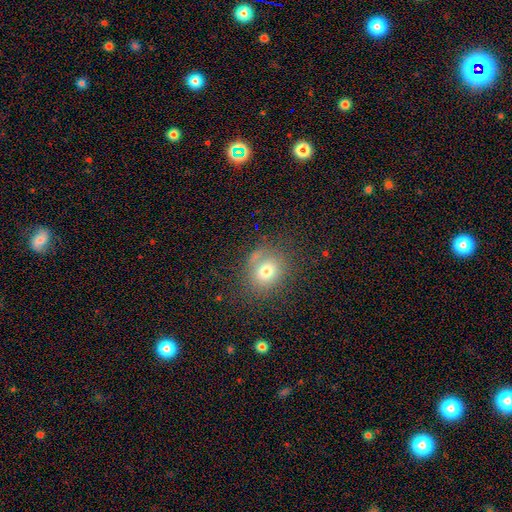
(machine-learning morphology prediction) type=smooth (70%); roundness=round (66%); merging=none (71%).